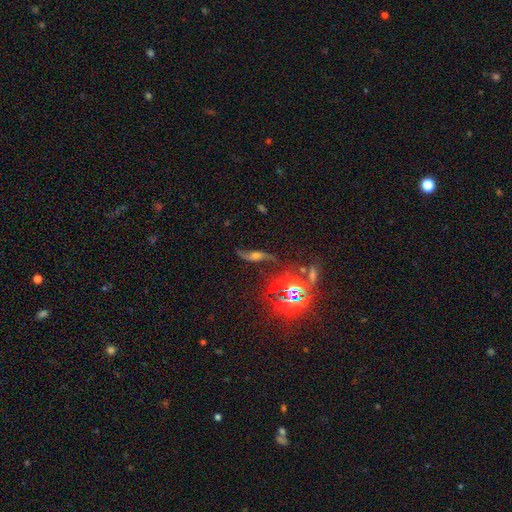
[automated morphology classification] A featured or disk galaxy (70%) with no bar (59%), 2 (92%) loose (91%) spiral arms (92%) and a moderate central bulge (43%).

Vote fractions:
- Smooth or featured? featured or disk: 70% / star or artifact: 19% / smooth: 11%
- Edge-on disk? no: 81% / yes: 19%
- Bar? no: 59% / weak: 26% / strong: 15%
- Spiral arms? yes: 92% / no: 8%
- Spiral winding? loose: 91% / medium: 7% / tight: 2%
- Spiral arm count? 2: 92% / 1: 3% / can't tell: 2% / 3: 1% / 4: 1% / more than 4: 1%
- Bulge size? moderate: 43% / small: 25% / none: 14% / large: 14% / dominant: 5%
- Merging? none: 69% / minor disturbance: 16% / major disturbance: 10% / merger: 4%